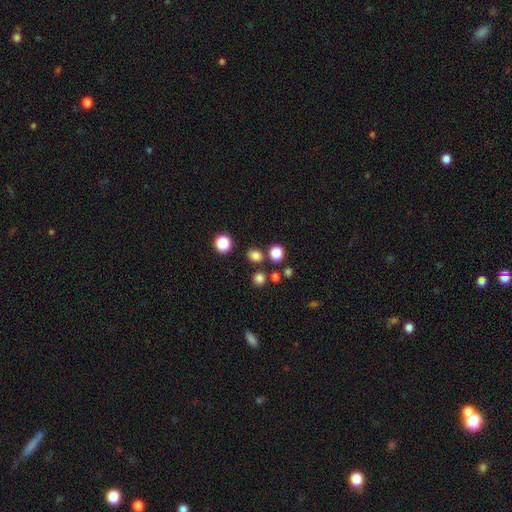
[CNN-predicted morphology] Q: Smooth or featured?
A: smooth (78%); runner-up: star or artifact (17%)
Q: How rounded?
A: round (70%); runner-up: in between (29%)
Q: Merging?
A: none (79%); runner-up: merger (9%)